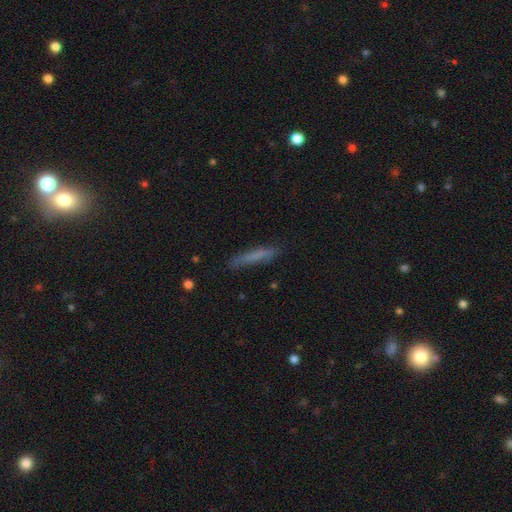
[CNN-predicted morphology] A smooth galaxy with no disk features (68%) that is cigar-shaped (93%).

Vote fractions:
- Smooth or featured? smooth: 68% / featured or disk: 25% / star or artifact: 8%
- How rounded? cigar-shaped: 93% / in between: 5% / round: 1%
- Merging? none: 83% / minor disturbance: 13% / major disturbance: 3% / merger: 2%